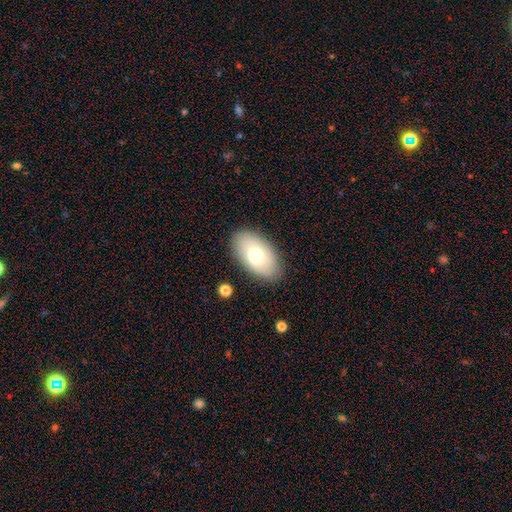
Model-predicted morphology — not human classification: Smooth or featured: smooth — 69% (featured or disk — 24%)
How rounded: in between — 94% (round — 5%)
Merging: none — 86% (minor disturbance — 10%)